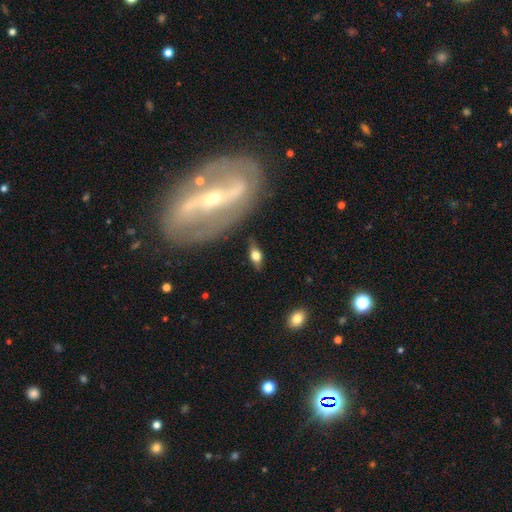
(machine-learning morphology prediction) Q: Smooth or featured?
A: smooth (52%); runner-up: featured or disk (39%)
Q: How rounded?
A: in between (77%); runner-up: cigar-shaped (15%)
Q: Merging?
A: none (76%); runner-up: minor disturbance (14%)